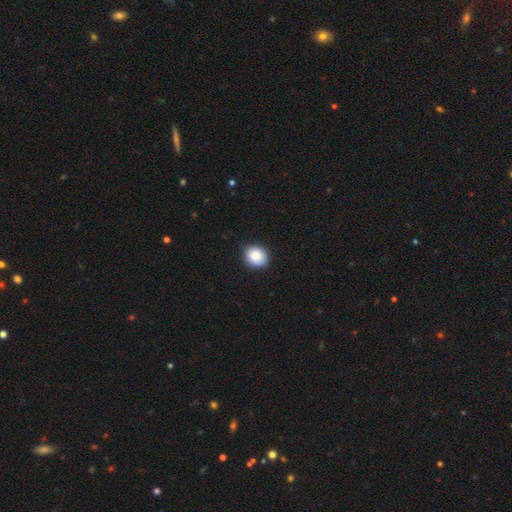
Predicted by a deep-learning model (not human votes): smooth_or_featured: smooth (p=0.81) [alt: featured or disk p=0.10]
how_rounded: round (p=0.69) [alt: in between p=0.30]
merging: none (p=0.88) [alt: minor disturbance p=0.09]